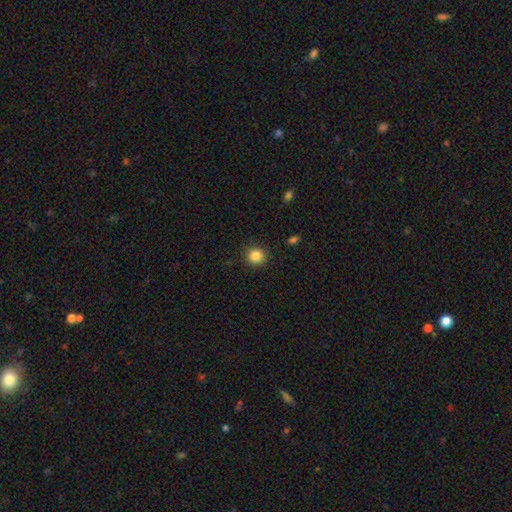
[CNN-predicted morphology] Smooth or featured?
  - smooth: 85% *
  - star or artifact: 11%
  - featured or disk: 4%
How rounded?
  - round: 92% *
  - in between: 7%
  - cigar-shaped: 1%
Merging?
  - none: 90% *
  - minor disturbance: 6%
  - major disturbance: 2%
  - merger: 1%